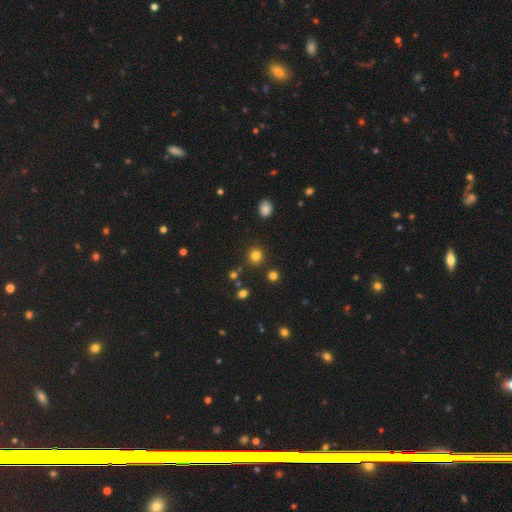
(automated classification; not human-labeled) Q: Smooth or featured?
A: smooth (80%); runner-up: star or artifact (15%)
Q: How rounded?
A: round (93%); runner-up: in between (6%)
Q: Merging?
A: none (88%); runner-up: minor disturbance (6%)